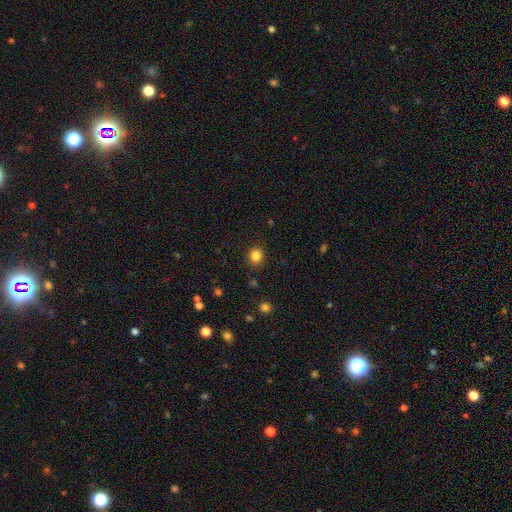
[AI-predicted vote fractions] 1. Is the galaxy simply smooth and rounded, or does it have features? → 83% smooth, 12% star or artifact, 4% featured or disk.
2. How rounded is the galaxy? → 88% round, 11% in between, 1% cigar-shaped.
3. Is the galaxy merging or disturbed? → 90% none, 6% minor disturbance, 2% major disturbance, 1% merger.